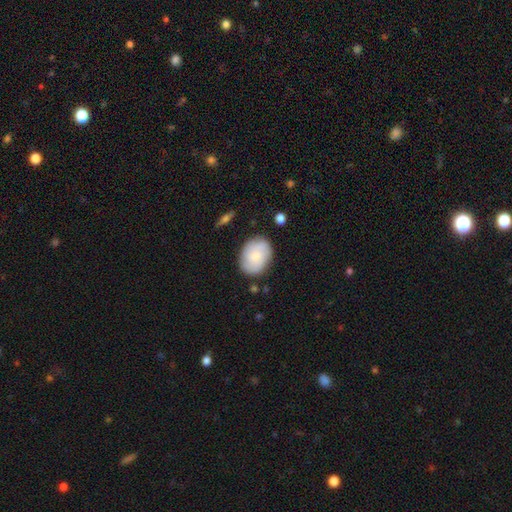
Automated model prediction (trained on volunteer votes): A smooth galaxy with no disk features (56%) that is in between round and cigar-shaped (68%).

Vote fractions:
- Smooth or featured? smooth: 56% / featured or disk: 37% / star or artifact: 7%
- How rounded? in between: 68% / round: 31% / cigar-shaped: 1%
- Merging? none: 81% / minor disturbance: 14% / major disturbance: 3% / merger: 2%